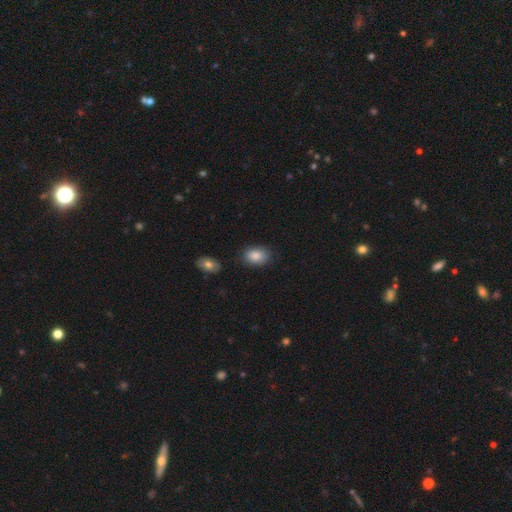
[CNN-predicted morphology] A smooth galaxy with no disk features (86%) that is in between round and cigar-shaped (85%). Merging: none (79%).